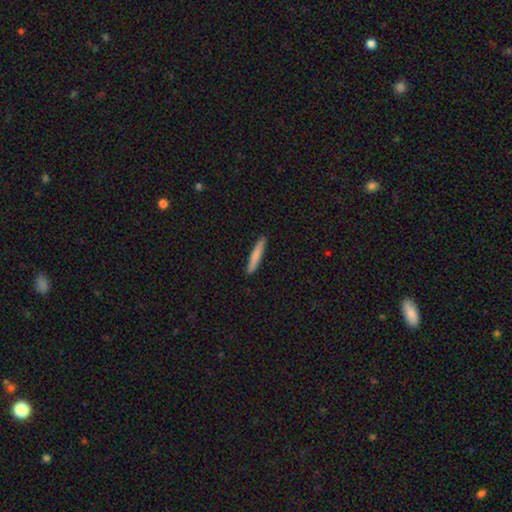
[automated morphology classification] A smooth galaxy with no disk features (79%) that is cigar-shaped (95%).

Vote fractions:
- Smooth or featured? smooth: 79% / featured or disk: 15% / star or artifact: 6%
- How rounded? cigar-shaped: 95% / in between: 4% / round: 1%
- Merging? none: 91% / minor disturbance: 6% / major disturbance: 1% / merger: 1%